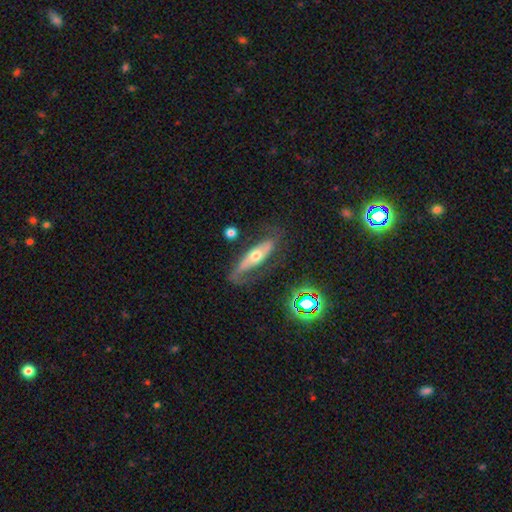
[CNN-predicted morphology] featured or disk 62%, smooth 29%, star or artifact 9%. Down the decision tree: edge-on disk — no (58%); merging — none (57%).